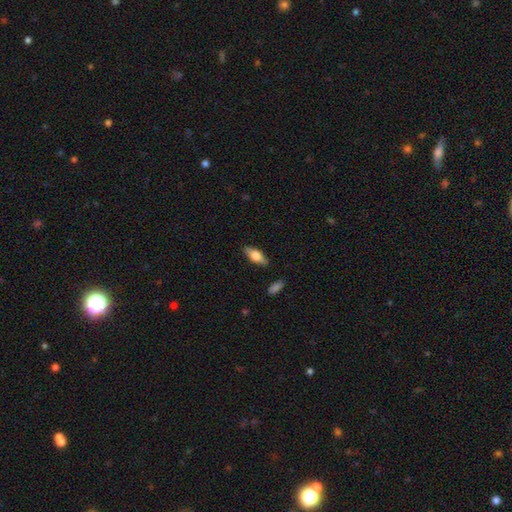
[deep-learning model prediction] This is possibly a smooth galaxy (58%). How rounded: likely in between (71%). Merging: clearly none (85%).